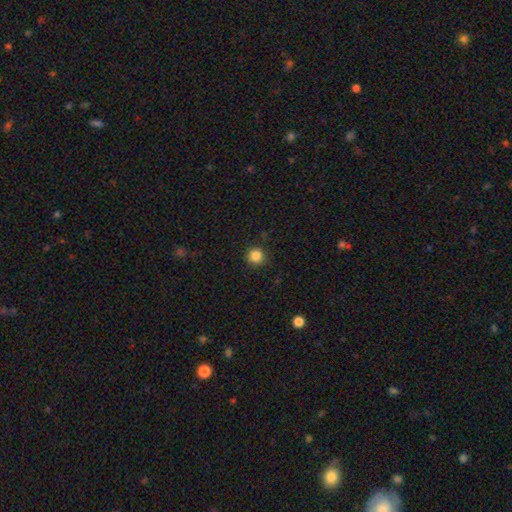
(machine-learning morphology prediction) Overall: smooth (85%). How rounded: round (94%). Merging: none (91%).